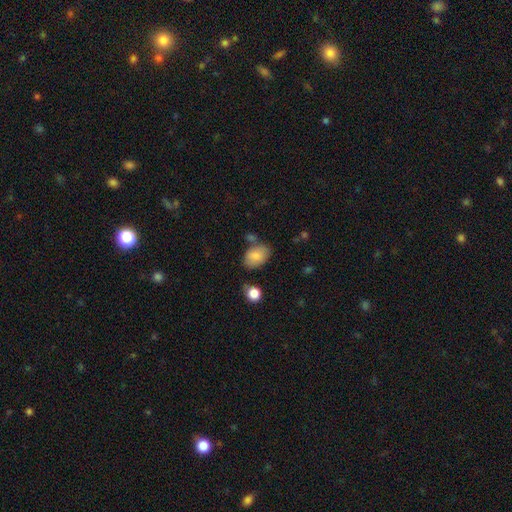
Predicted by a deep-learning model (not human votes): This appears to be a smooth galaxy with no disk features (82%) that is in between round and cigar-shaped (84%). Merging: none (65%).